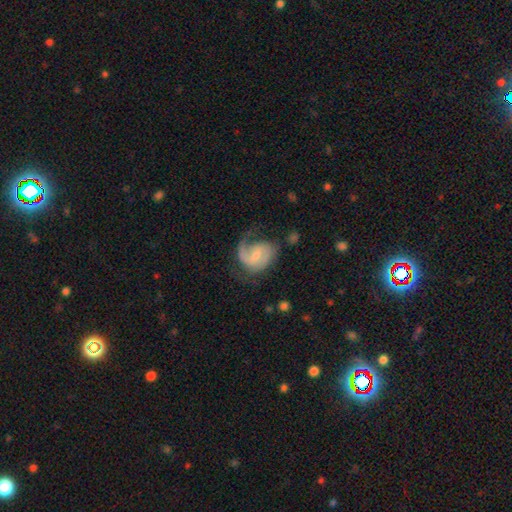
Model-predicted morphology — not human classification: smooth_or_featured: featured or disk (p=0.72) [alt: smooth p=0.22]
disk_edge_on: no (p=0.97) [alt: yes p=0.03]
bar: weak (p=0.54) [alt: no p=0.31]
has_spiral_arms: yes (p=0.90) [alt: no p=0.10]
spiral_winding: medium (p=0.43) [alt: loose p=0.35]
spiral_arm_count: 1 (p=0.53) [alt: 2 p=0.36]
bulge_size: small (p=0.49) [alt: moderate p=0.36]
merging: none (p=0.43) [alt: major disturbance p=0.32]